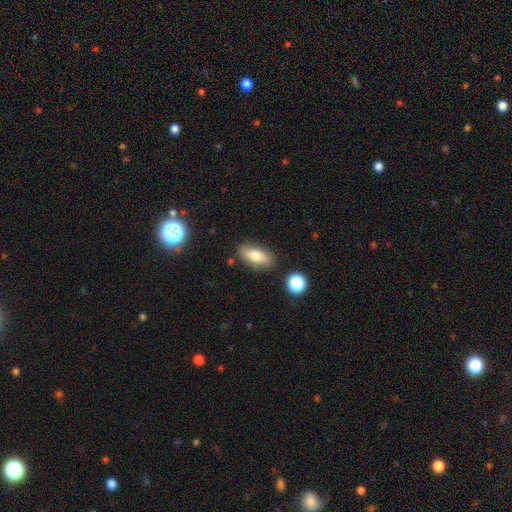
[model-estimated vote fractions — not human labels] Smooth or featured: smooth — 75% (featured or disk — 16%)
How rounded: in between — 84% (cigar-shaped — 11%)
Merging: none — 81% (minor disturbance — 13%)